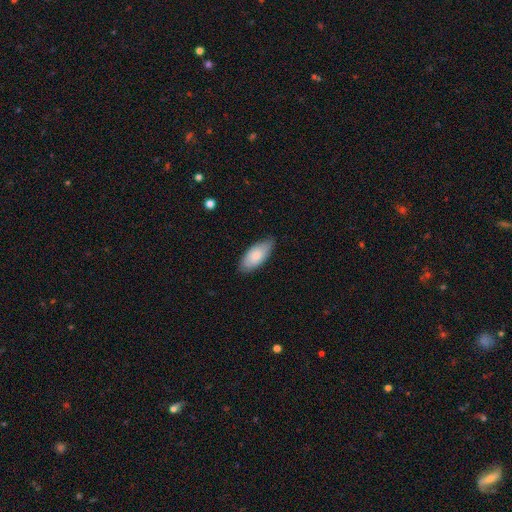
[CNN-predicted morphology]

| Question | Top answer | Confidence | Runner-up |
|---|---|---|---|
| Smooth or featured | smooth | 79% | featured or disk (16%) |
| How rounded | in between | 89% | cigar-shaped (9%) |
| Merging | none | 76% | minor disturbance (20%) |